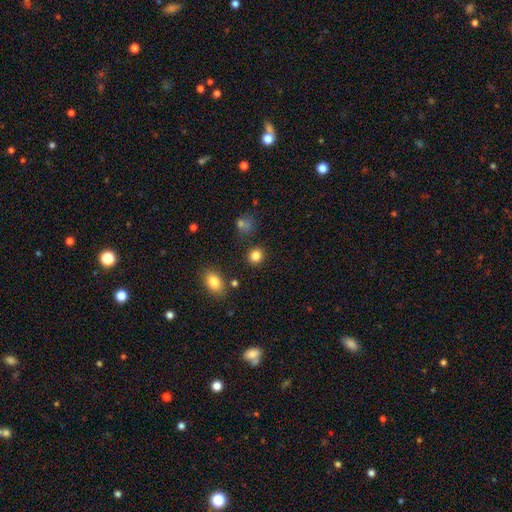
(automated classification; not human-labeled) Morphology: type=smooth (84%); roundness=round (82%); merging=none (86%).